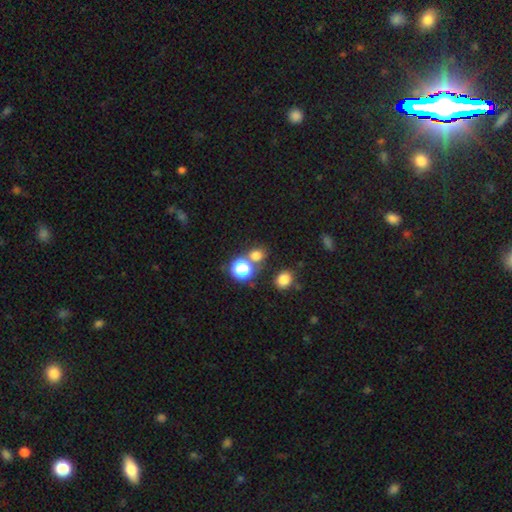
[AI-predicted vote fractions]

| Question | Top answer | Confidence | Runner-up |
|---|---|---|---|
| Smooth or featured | smooth | 68% | star or artifact (25%) |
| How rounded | round | 76% | in between (22%) |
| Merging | none | 67% | merger (21%) |